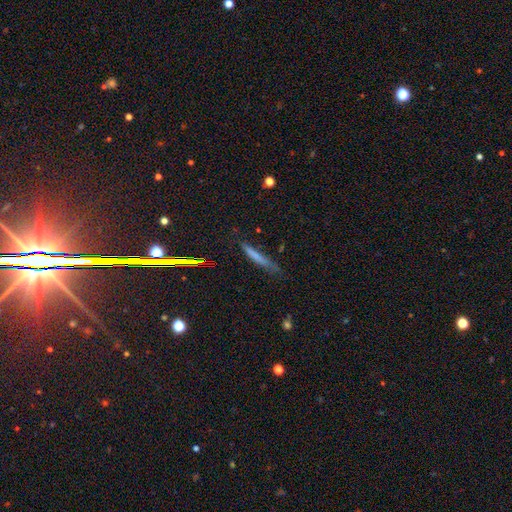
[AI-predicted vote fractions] A smooth galaxy with no disk features (68%) that is cigar-shaped (93%).

Vote fractions:
- Smooth or featured? smooth: 68% / featured or disk: 21% / star or artifact: 11%
- How rounded? cigar-shaped: 93% / in between: 5% / round: 2%
- Merging? none: 68% / minor disturbance: 24% / major disturbance: 6% / merger: 2%